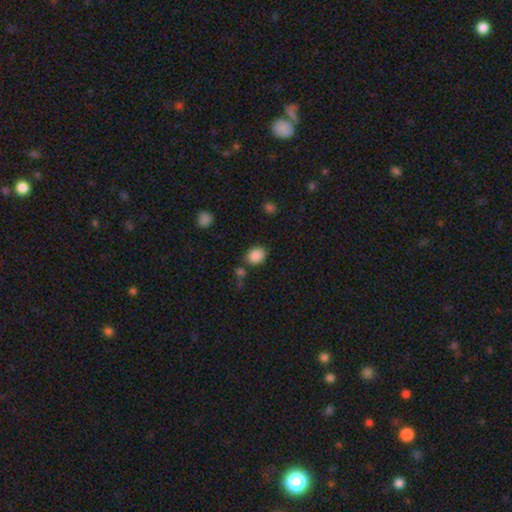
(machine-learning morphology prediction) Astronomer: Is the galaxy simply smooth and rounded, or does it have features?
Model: smooth — 87%.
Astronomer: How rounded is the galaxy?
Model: in between — 53% (runner-up: round, 46%).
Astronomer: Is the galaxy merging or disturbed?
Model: none — 74%.